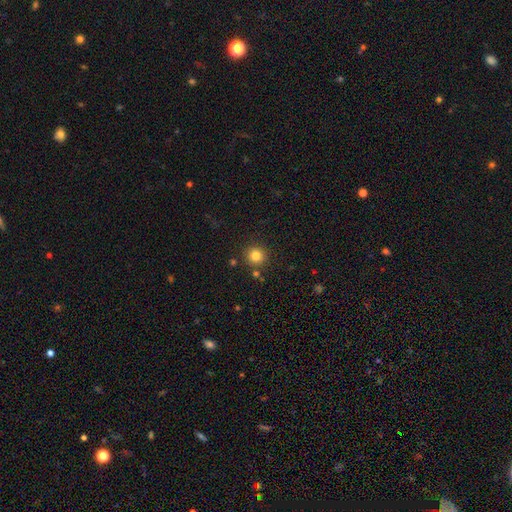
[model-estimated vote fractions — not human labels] smooth_or_featured: smooth (p=0.82) [alt: star or artifact p=0.12]
how_rounded: round (p=0.94) [alt: in between p=0.05]
merging: none (p=0.87) [alt: minor disturbance p=0.07]